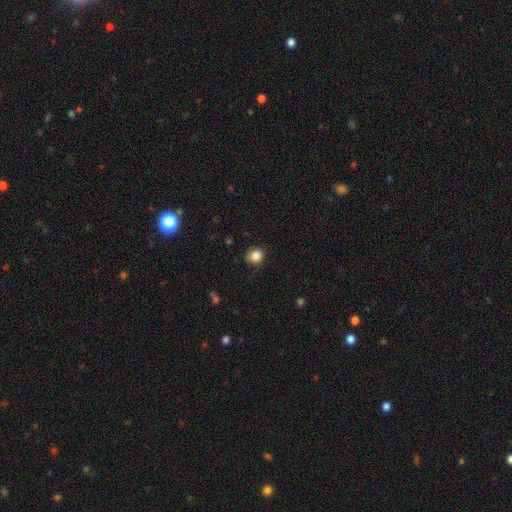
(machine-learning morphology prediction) Smooth or featured? smooth (84%)
How rounded? round (82%)
Merging? none (82%)